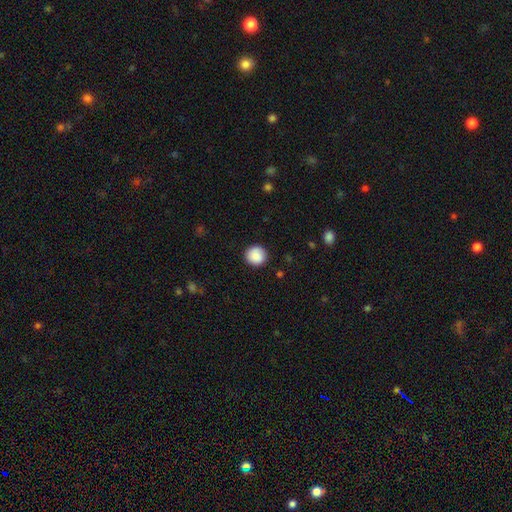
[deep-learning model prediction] Smooth or featured? Predicted: smooth (p=0.88). How rounded? Predicted: round (p=0.94). Merging? Predicted: none (p=0.90).